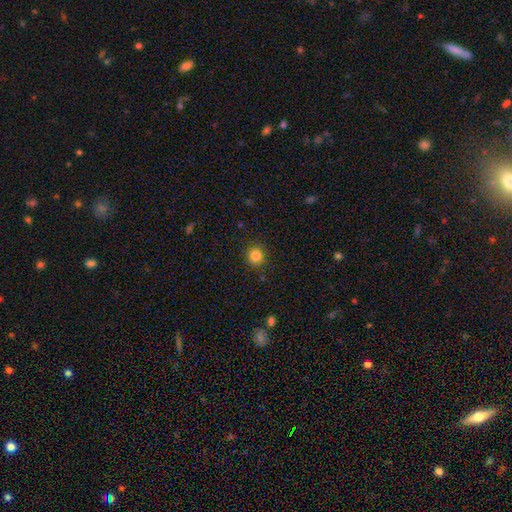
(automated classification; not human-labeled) Morphology: type=smooth (83%); roundness=round (92%); merging=none (90%).